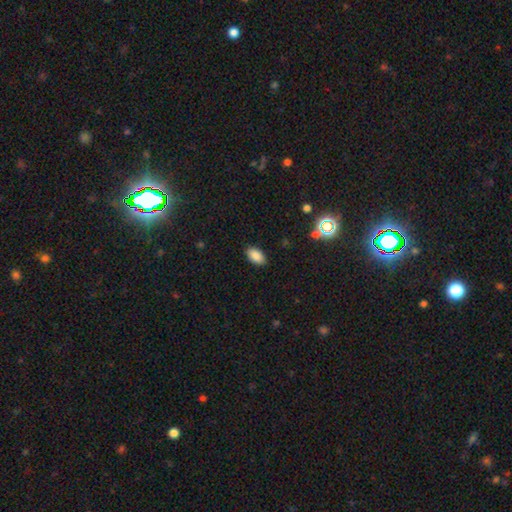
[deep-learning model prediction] Smooth or featured: smooth — 86% (star or artifact — 10%)
How rounded: in between — 94% (round — 5%)
Merging: none — 88% (minor disturbance — 9%)